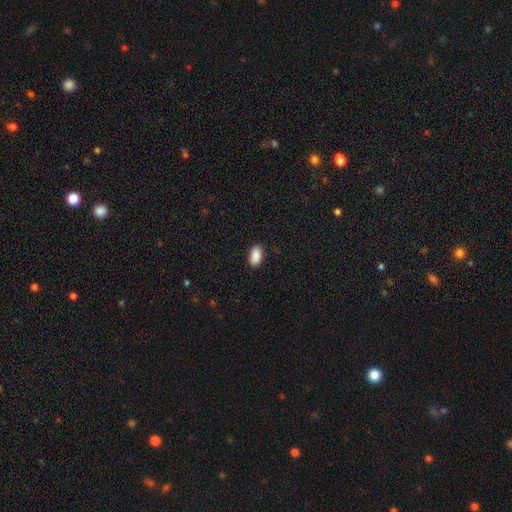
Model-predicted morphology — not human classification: Smooth or featured?
  - smooth: 90% *
  - star or artifact: 7%
  - featured or disk: 3%
How rounded?
  - in between: 94% *
  - round: 4%
  - cigar-shaped: 2%
Merging?
  - none: 89% *
  - minor disturbance: 8%
  - major disturbance: 2%
  - merger: 1%